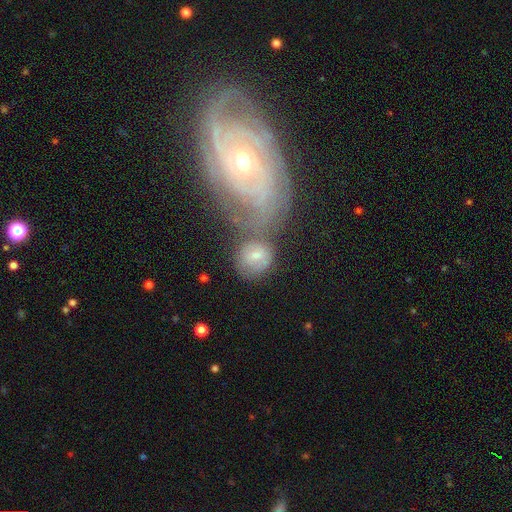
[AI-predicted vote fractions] smooth 57%, featured or disk 34%, star or artifact 10%. Down the decision tree: how rounded — round (72%); merging — none (47%).